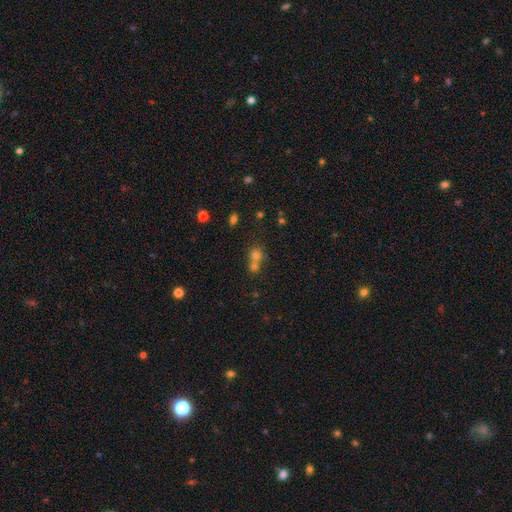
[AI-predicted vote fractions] This is likely a smooth galaxy (67%). How rounded: likely round (75%). Merging: possibly merger (56%).